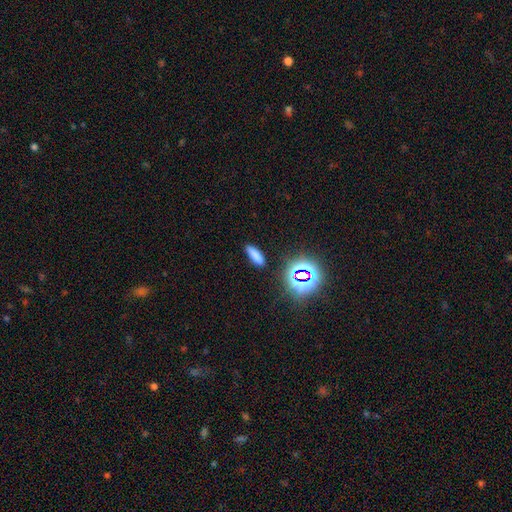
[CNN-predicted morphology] A smooth galaxy with no disk features (74%) that is cigar-shaped (58%).

Vote fractions:
- Smooth or featured? smooth: 74% / star or artifact: 19% / featured or disk: 7%
- How rounded? cigar-shaped: 58% / in between: 37% / round: 5%
- Merging? none: 85% / minor disturbance: 9% / major disturbance: 3% / merger: 2%